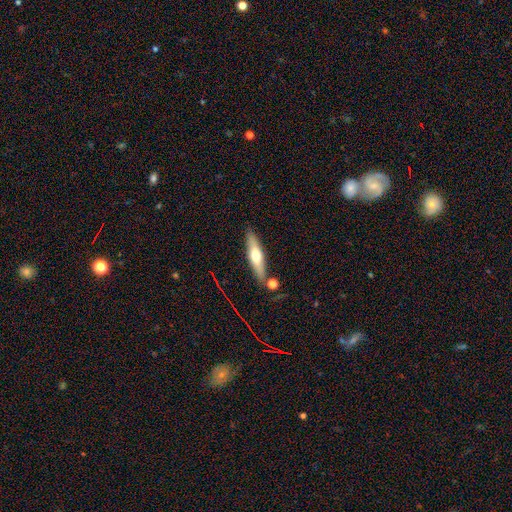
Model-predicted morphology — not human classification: Smooth or featured?
  - smooth: 49% *
  - featured or disk: 44%
  - star or artifact: 7%
Merging?
  - none: 80% *
  - minor disturbance: 11%
  - merger: 6%
  - major disturbance: 3%